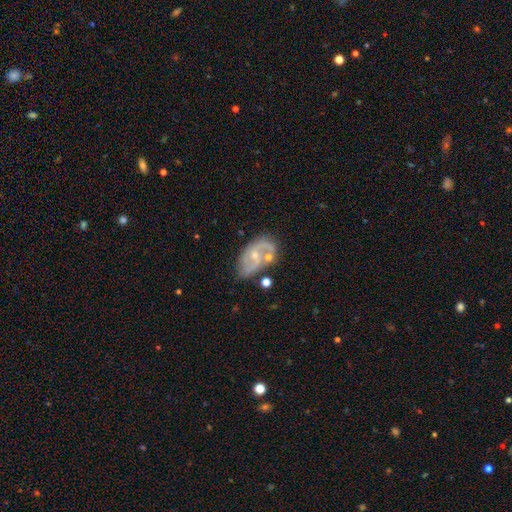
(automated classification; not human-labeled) A featured or disk galaxy (80%) with no bar (53%), 2 (79%) medium (47%) spiral arms (89%) and a small central bulge (66%). Merging: none (55%).